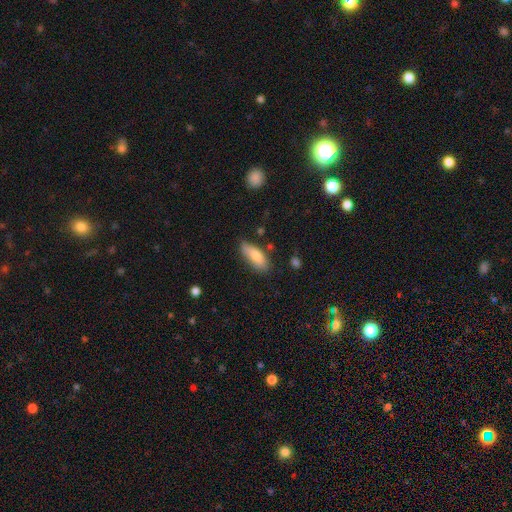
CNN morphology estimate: This appears to be a smooth galaxy with no disk features (80%) that is in between round and cigar-shaped (75%). Merging: none (66%).